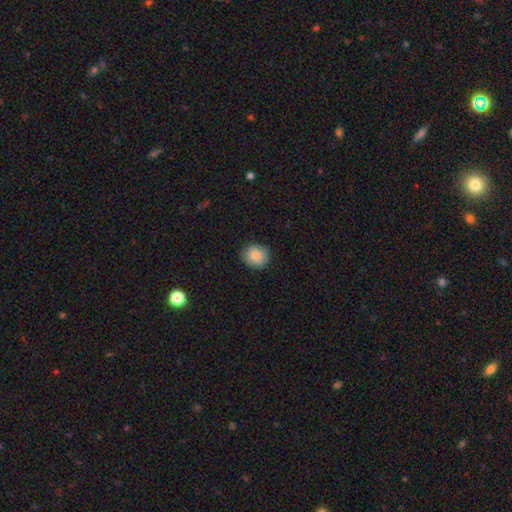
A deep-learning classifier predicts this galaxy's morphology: The model was most divided on "how rounded": round: 73%, in between: 26%, cigar-shaped: 1%. More confident: smooth or featured — smooth (86%); merging — none (86%).